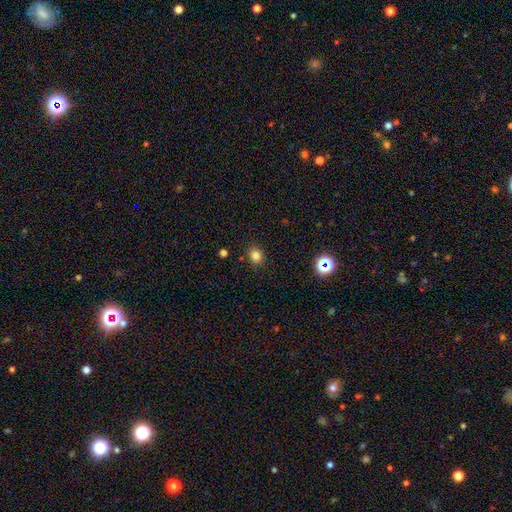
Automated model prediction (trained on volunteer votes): Smooth or featured? Predicted: smooth (p=0.80). How rounded? Predicted: round (p=0.68). Merging? Predicted: none (p=0.88).